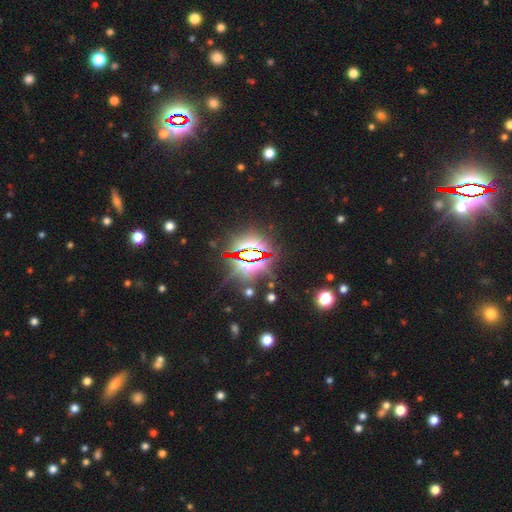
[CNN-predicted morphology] Overall: star or artifact (84%).